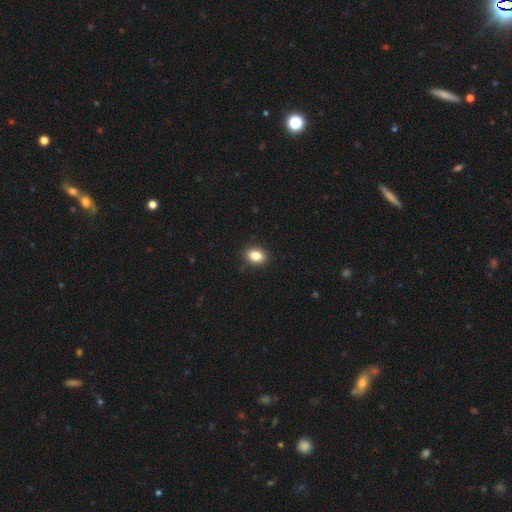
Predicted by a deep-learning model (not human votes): Smooth or featured?
  - smooth: 85% *
  - star or artifact: 9%
  - featured or disk: 5%
How rounded?
  - in between: 68% *
  - round: 31%
  - cigar-shaped: 1%
Merging?
  - none: 90% *
  - minor disturbance: 8%
  - major disturbance: 2%
  - merger: 1%